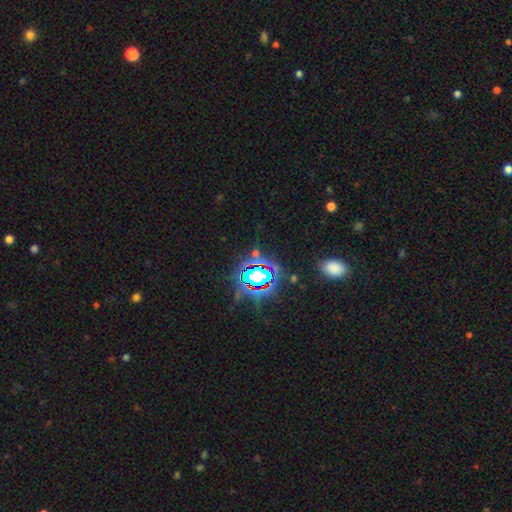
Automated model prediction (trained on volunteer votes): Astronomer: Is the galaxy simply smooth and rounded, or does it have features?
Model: star or artifact — 74%.